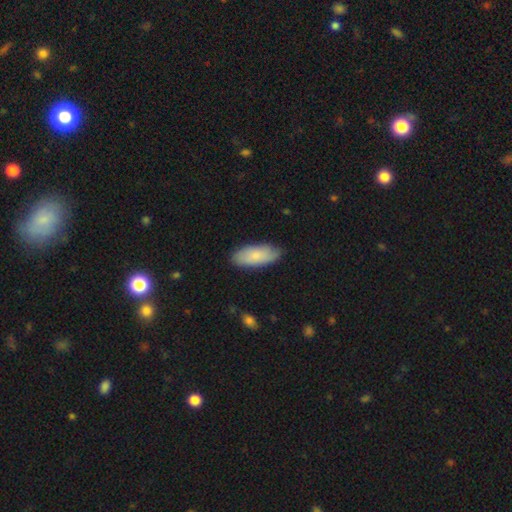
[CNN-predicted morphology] The model was most divided on "smooth or featured": smooth: 77%, featured or disk: 18%, star or artifact: 6%. More confident: how rounded — in between (83%); merging — none (81%).